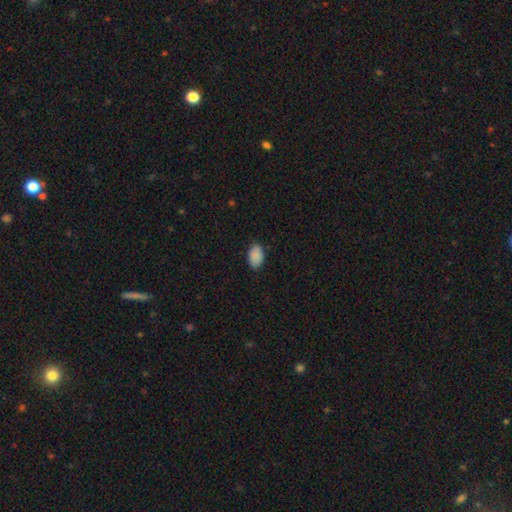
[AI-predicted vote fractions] This is clearly a smooth galaxy (88%). How rounded: clearly in between (91%). Merging: clearly none (82%).